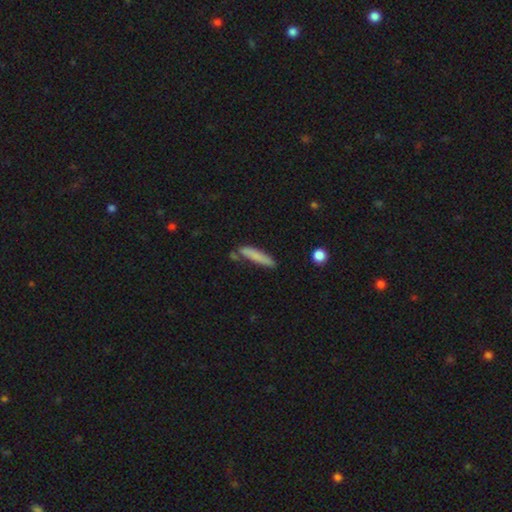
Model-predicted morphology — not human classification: This appears to be a smooth galaxy with no disk features (79%) that is cigar-shaped (89%). Merging: none (73%).